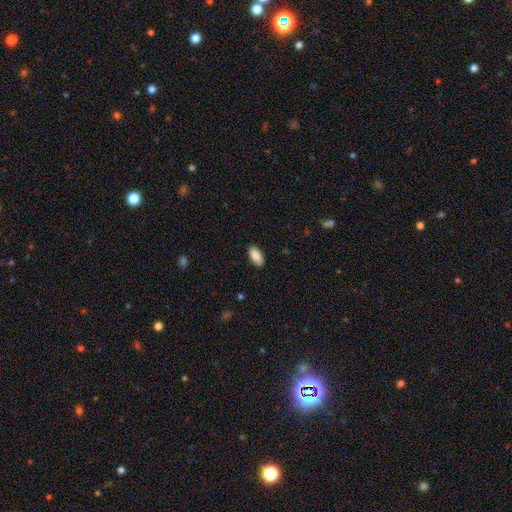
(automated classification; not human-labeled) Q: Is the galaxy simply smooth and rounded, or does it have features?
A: smooth — 88%.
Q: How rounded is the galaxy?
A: in between — 92%.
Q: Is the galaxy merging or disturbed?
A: none — 86%.